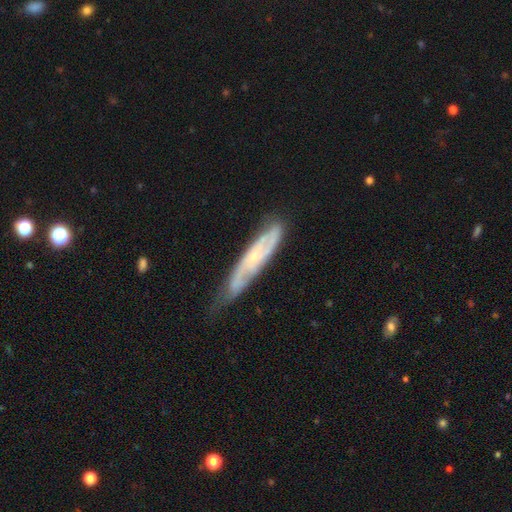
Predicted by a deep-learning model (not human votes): A featured or disk galaxy (73%). Merging: none (57%).